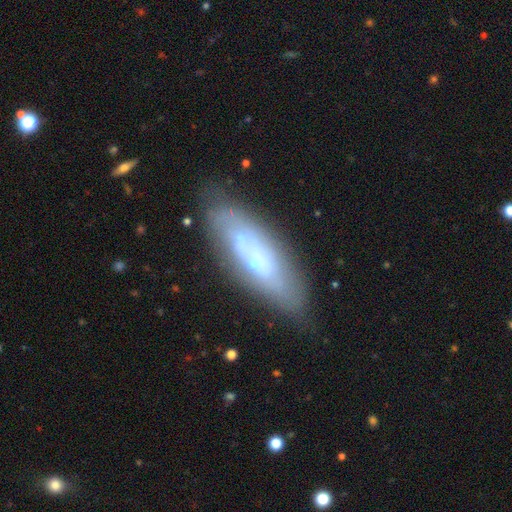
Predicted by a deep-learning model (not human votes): This appears to be a featured or disk galaxy (55%). Merging: none (74%).